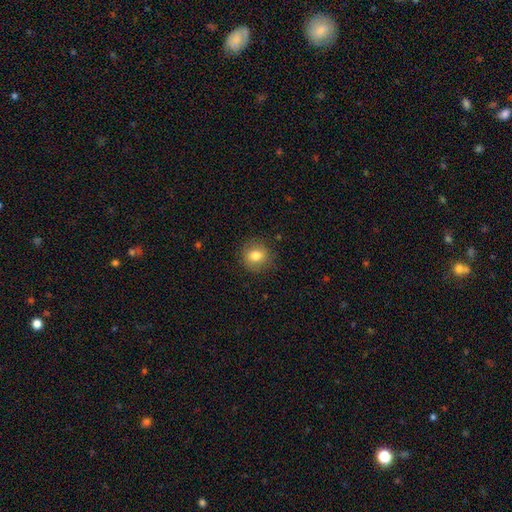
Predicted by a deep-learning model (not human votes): smooth-or-featured: smooth: 80% | featured or disk: 10% | star or artifact: 10%
  how-rounded: round: 84% | in between: 15% | cigar-shaped: 1%
  merging: none: 86% | minor disturbance: 10% | major disturbance: 3% | merger: 1%